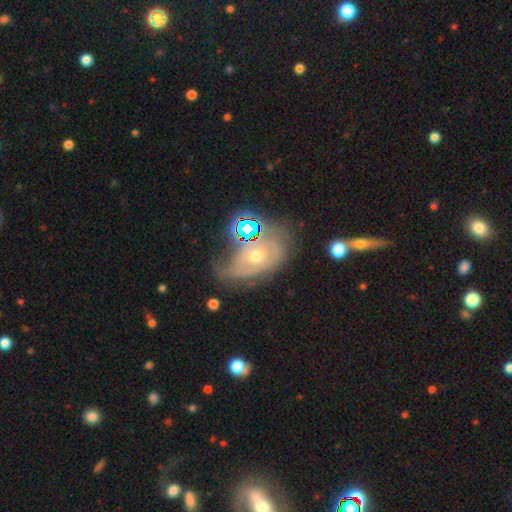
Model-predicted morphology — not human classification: Smooth or featured? Predicted: featured or disk (p=0.62). Edge-on disk? Predicted: no (p=0.92). Bar? Predicted: no (p=0.80). Spiral arms? Predicted: yes (p=0.67). Bulge size? Predicted: moderate (p=0.55). Merging? Predicted: none (p=0.46).